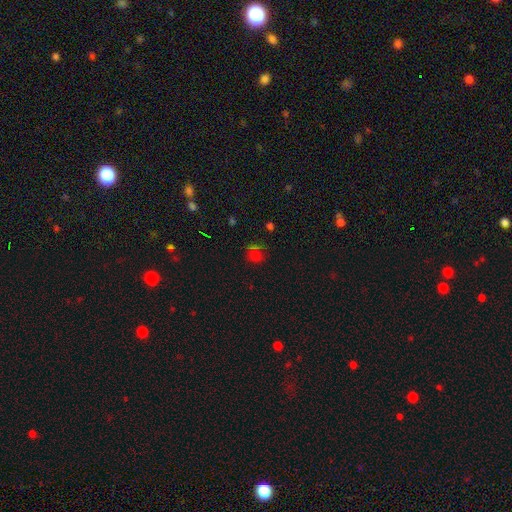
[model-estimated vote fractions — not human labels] Morphology: type=smooth (48%); merging=none (67%).